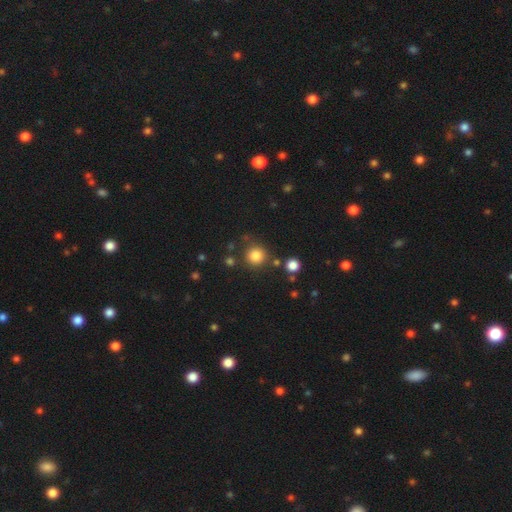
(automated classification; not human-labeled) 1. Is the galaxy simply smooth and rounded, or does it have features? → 83% smooth, 12% star or artifact, 5% featured or disk.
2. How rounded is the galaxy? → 92% round, 7% in between, 1% cigar-shaped.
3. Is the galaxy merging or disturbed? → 81% none, 9% minor disturbance, 6% merger, 4% major disturbance.